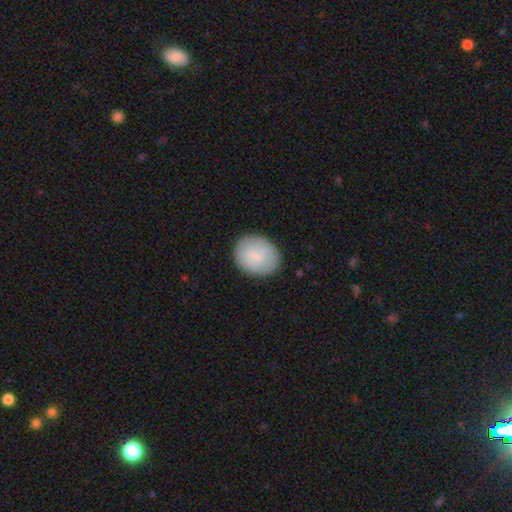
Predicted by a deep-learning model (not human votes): smooth_or_featured: smooth (p=0.72) [alt: featured or disk p=0.22]
how_rounded: round (p=0.57) [alt: in between p=0.42]
merging: none (p=0.83) [alt: minor disturbance p=0.12]